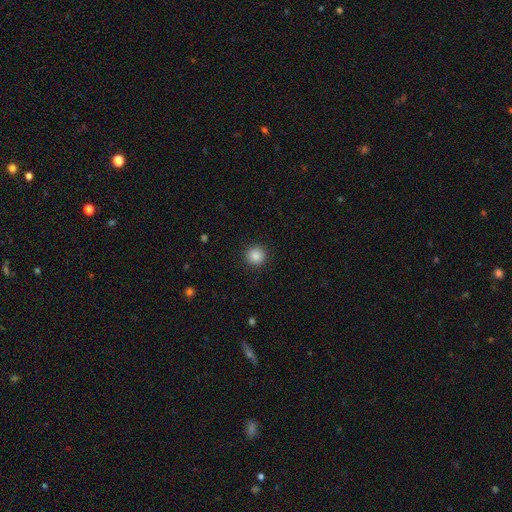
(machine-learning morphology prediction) Smooth or featured? smooth (87%)
How rounded? round (95%)
Merging? none (92%)